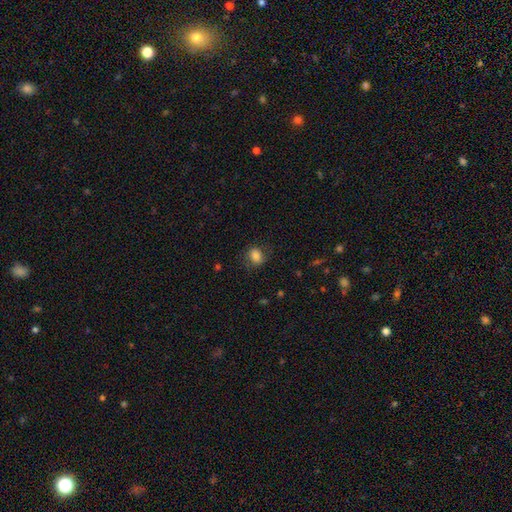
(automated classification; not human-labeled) smooth 81%, star or artifact 10%, featured or disk 9%. Down the decision tree: how rounded — round (52%); merging — none (76%).